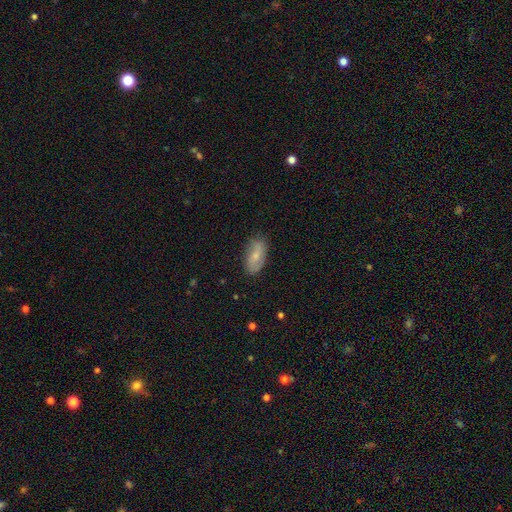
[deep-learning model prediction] smooth 60%, featured or disk 32%, star or artifact 7%. Down the decision tree: how rounded — in between (90%); merging — none (77%).